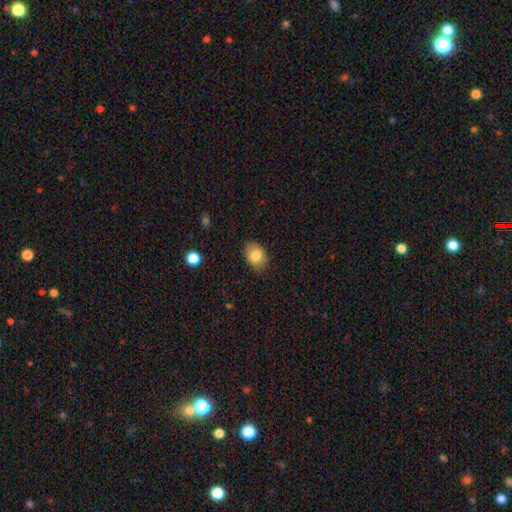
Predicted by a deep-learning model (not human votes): Smooth or featured? Predicted: smooth (p=0.81). How rounded? Predicted: in between (p=0.75). Merging? Predicted: none (p=0.83).